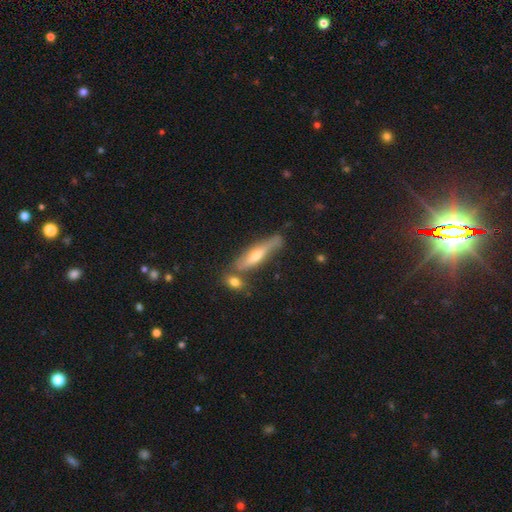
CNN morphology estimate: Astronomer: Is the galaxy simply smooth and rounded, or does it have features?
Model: featured or disk — 54% (runner-up: smooth, 40%).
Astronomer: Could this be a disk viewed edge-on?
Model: yes — 83%.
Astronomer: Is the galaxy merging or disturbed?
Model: none — 61%.